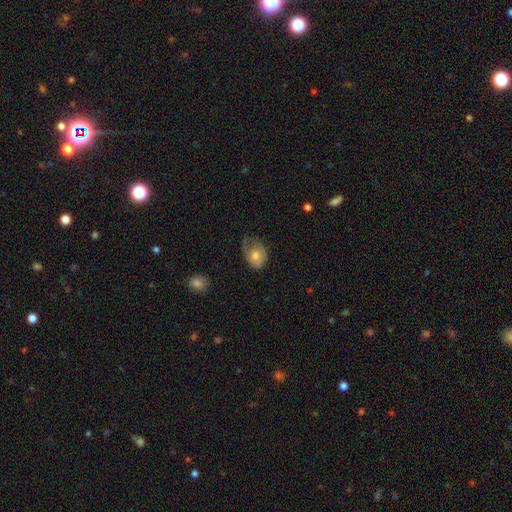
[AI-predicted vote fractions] smooth_or_featured: smooth (p=0.63) [alt: featured or disk p=0.28]
how_rounded: in between (p=0.60) [alt: round p=0.39]
merging: none (p=0.42) [alt: minor disturbance p=0.36]